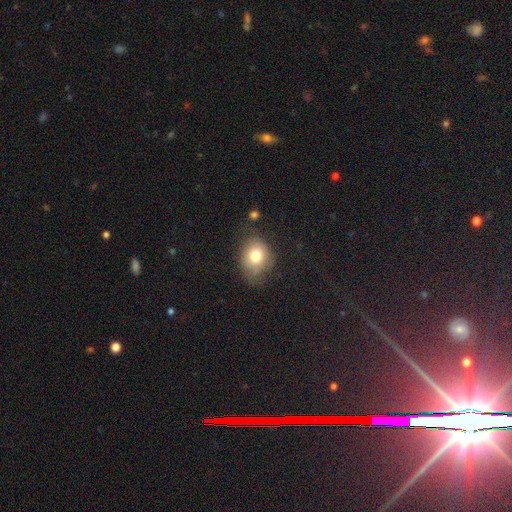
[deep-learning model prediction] Morphology: type=smooth (76%); roundness=round (55%); merging=none (61%).